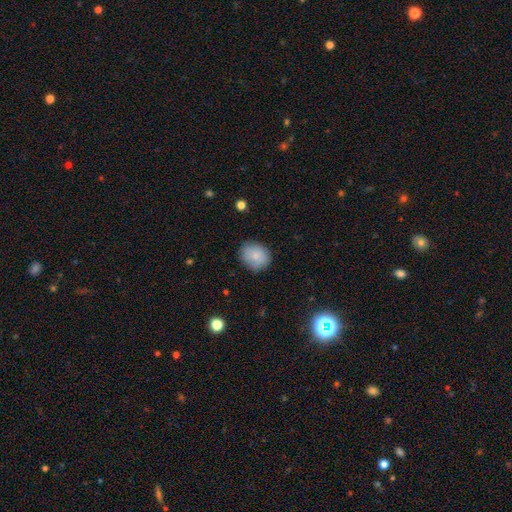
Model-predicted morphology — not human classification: Smooth or featured? Predicted: smooth (p=0.84). How rounded? Predicted: round (p=0.59). Merging? Predicted: none (p=0.82).